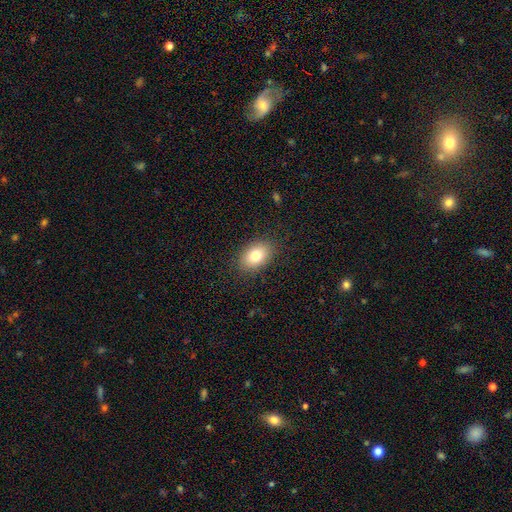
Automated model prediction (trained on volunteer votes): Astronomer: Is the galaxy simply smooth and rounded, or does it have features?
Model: smooth — 79%.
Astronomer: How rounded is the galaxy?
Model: in between — 84%.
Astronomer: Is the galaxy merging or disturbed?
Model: none — 86%.